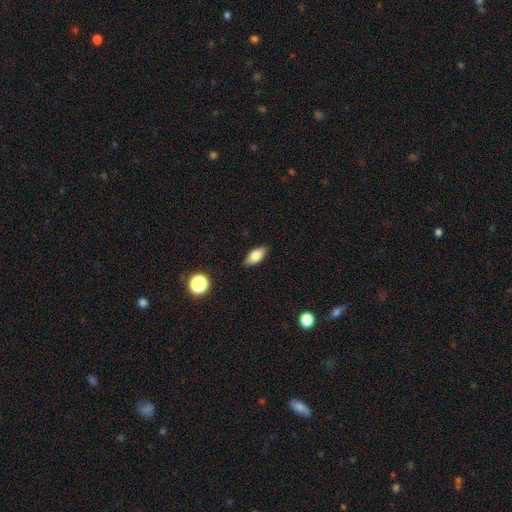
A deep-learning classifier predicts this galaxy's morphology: A smooth galaxy with no disk features (79%) that is in between round and cigar-shaped (84%).

Vote fractions:
- Smooth or featured? smooth: 79% / featured or disk: 13% / star or artifact: 8%
- How rounded? in between: 84% / cigar-shaped: 12% / round: 4%
- Merging? none: 86% / minor disturbance: 10% / major disturbance: 2% / merger: 1%